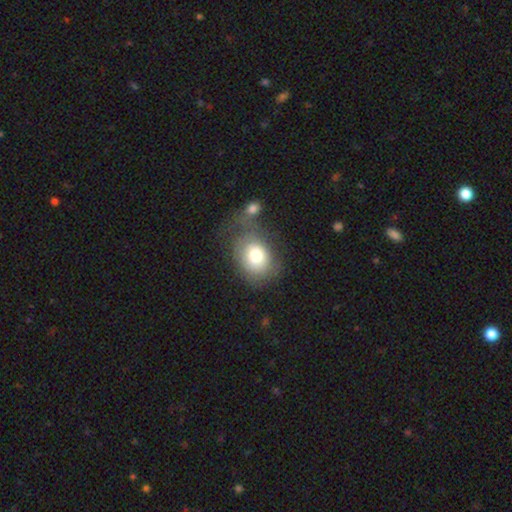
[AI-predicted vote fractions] Smooth or featured? smooth (73%)
How rounded? in between (54%)
Merging? none (44%)